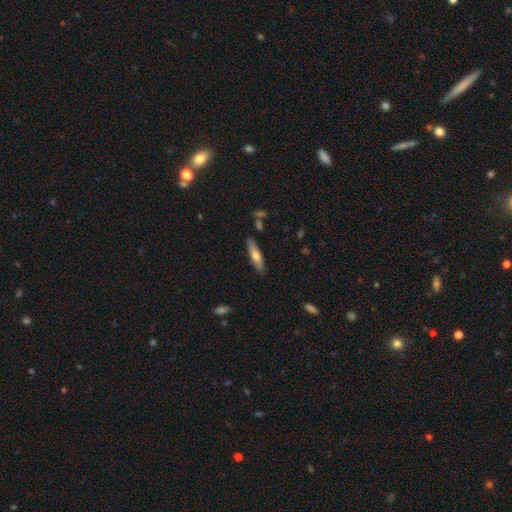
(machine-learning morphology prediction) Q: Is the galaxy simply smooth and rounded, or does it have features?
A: smooth — 57%.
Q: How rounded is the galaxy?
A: cigar-shaped — 72%.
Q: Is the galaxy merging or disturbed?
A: none — 86%.